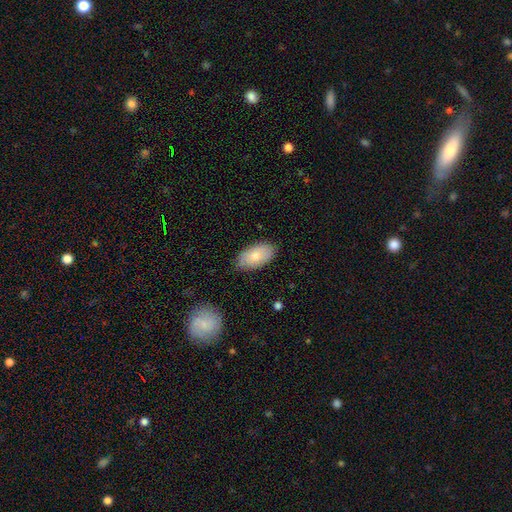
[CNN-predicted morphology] Q: Smooth or featured?
A: smooth (77%); runner-up: featured or disk (17%)
Q: How rounded?
A: in between (95%); runner-up: round (4%)
Q: Merging?
A: none (82%); runner-up: minor disturbance (15%)